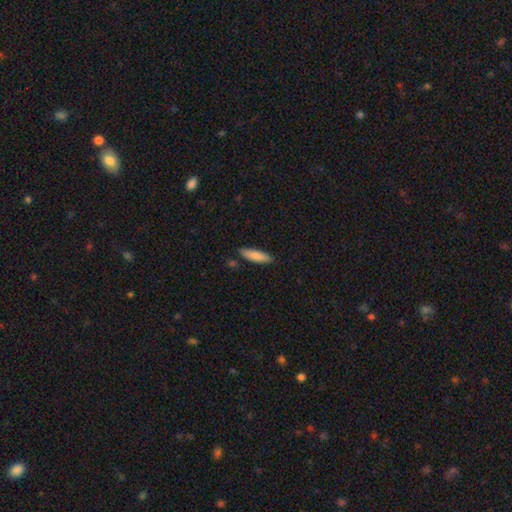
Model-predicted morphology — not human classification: A smooth galaxy with no disk features (84%) that is cigar-shaped (66%).

Vote fractions:
- Smooth or featured? smooth: 84% / featured or disk: 10% / star or artifact: 6%
- How rounded? cigar-shaped: 66% / in between: 32% / round: 1%
- Merging? none: 83% / minor disturbance: 13% / merger: 3% / major disturbance: 2%